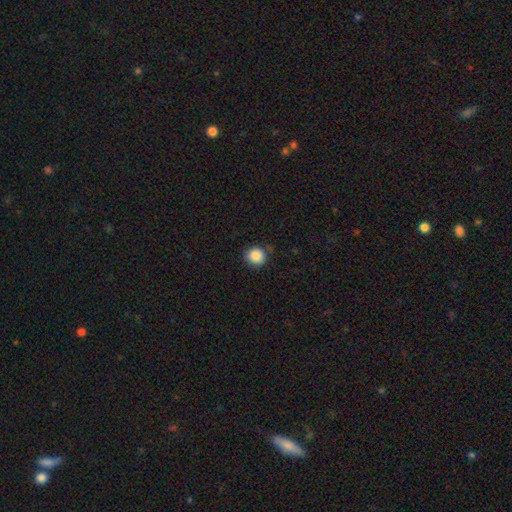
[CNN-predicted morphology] Smooth or featured? smooth (87%)
How rounded? round (90%)
Merging? none (84%)